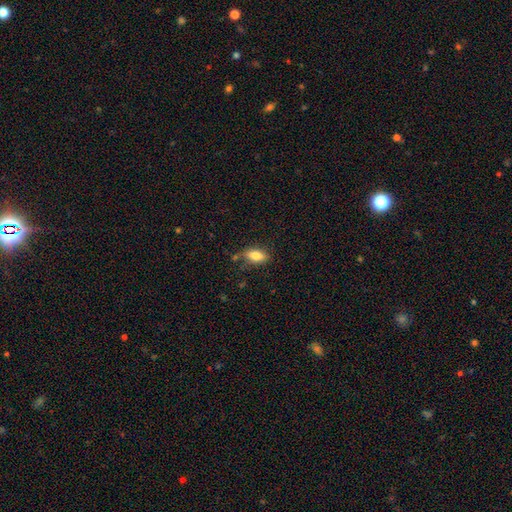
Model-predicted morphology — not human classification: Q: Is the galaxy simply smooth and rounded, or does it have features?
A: smooth — 81%.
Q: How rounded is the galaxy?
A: in between — 86%.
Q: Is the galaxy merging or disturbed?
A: none — 71%.